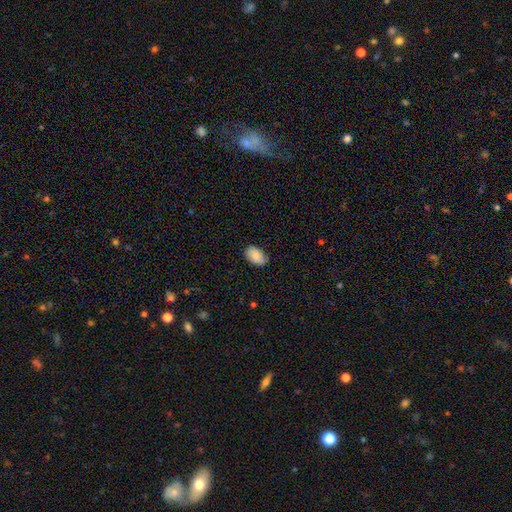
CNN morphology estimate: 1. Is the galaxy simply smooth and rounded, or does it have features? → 81% smooth, 12% featured or disk, 7% star or artifact.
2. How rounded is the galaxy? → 91% in between, 8% round, 1% cigar-shaped.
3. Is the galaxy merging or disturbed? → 81% none, 16% minor disturbance, 3% major disturbance, 1% merger.